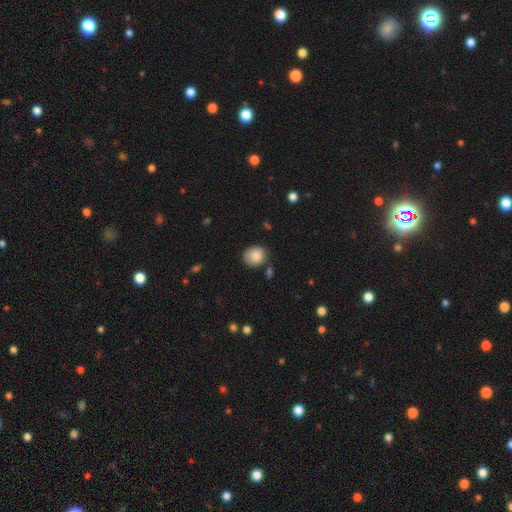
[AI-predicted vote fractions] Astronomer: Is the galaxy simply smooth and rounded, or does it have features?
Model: smooth — 84%.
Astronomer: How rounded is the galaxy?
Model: round — 74%.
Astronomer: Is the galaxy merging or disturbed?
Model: none — 74%.